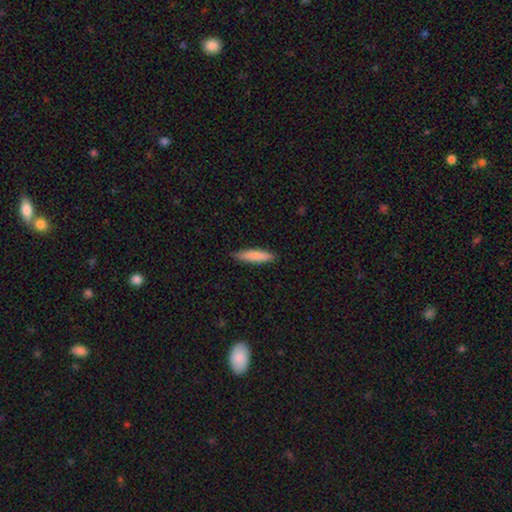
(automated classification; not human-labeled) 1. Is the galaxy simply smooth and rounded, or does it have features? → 82% smooth, 12% featured or disk, 6% star or artifact.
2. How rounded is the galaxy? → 83% cigar-shaped, 16% in between, 1% round.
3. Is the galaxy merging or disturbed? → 84% none, 13% minor disturbance, 2% major disturbance, 1% merger.